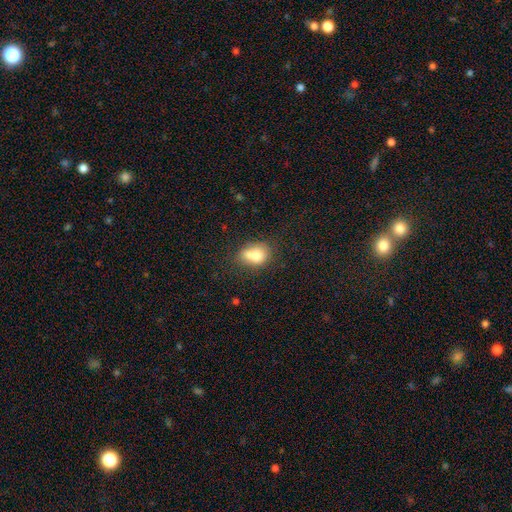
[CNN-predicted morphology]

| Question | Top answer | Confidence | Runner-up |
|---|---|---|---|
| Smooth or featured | smooth | 73% | featured or disk (17%) |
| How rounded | in between | 59% | round (40%) |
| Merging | merger | 40% | none (36%) |